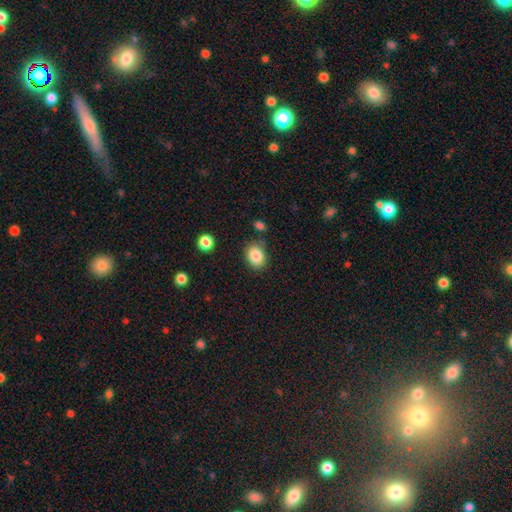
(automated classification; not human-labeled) This is clearly a smooth galaxy (86%). How rounded: possibly in between (53%). Merging: likely none (78%).